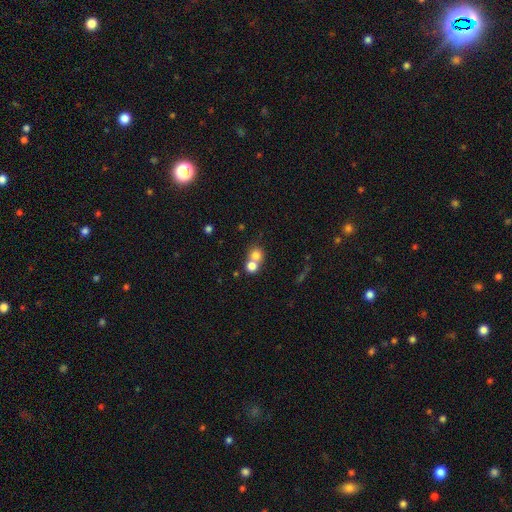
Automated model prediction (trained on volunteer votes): smooth_or_featured: smooth (p=0.75) [alt: featured or disk p=0.13]
how_rounded: round (p=0.83) [alt: in between p=0.16]
merging: merger (p=0.57) [alt: none p=0.34]